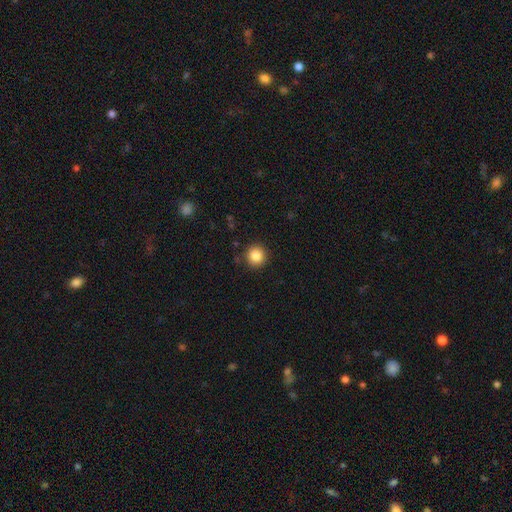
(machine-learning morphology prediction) A smooth galaxy with no disk features (85%) that is round (94%).

Vote fractions:
- Smooth or featured? smooth: 85% / star or artifact: 10% / featured or disk: 5%
- How rounded? round: 94% / in between: 5% / cigar-shaped: 1%
- Merging? none: 90% / minor disturbance: 7% / major disturbance: 2% / merger: 1%